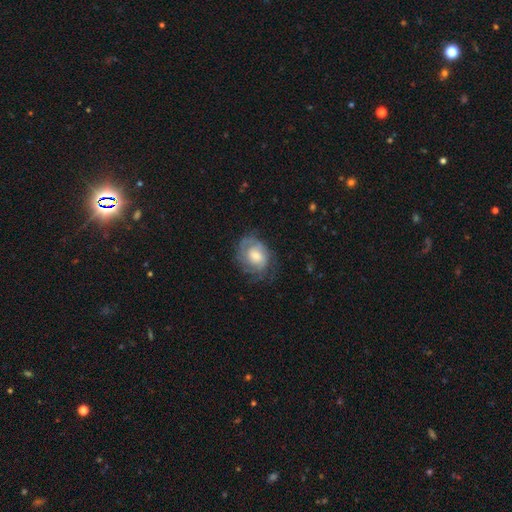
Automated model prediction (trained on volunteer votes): Morphology: type=featured or disk (61%); edge-on=no (97%); bar=no (66%); spiral arms=yes (82%); bulge=moderate (47%); merging=none (62%).